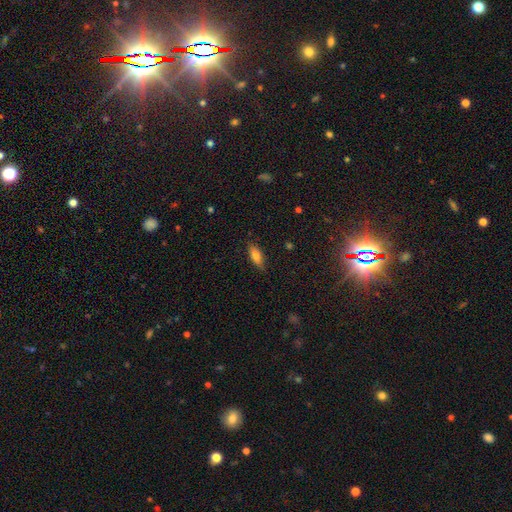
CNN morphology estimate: Smooth or featured? Predicted: smooth (p=0.78). How rounded? Predicted: in between (p=0.63). Merging? Predicted: none (p=0.81).